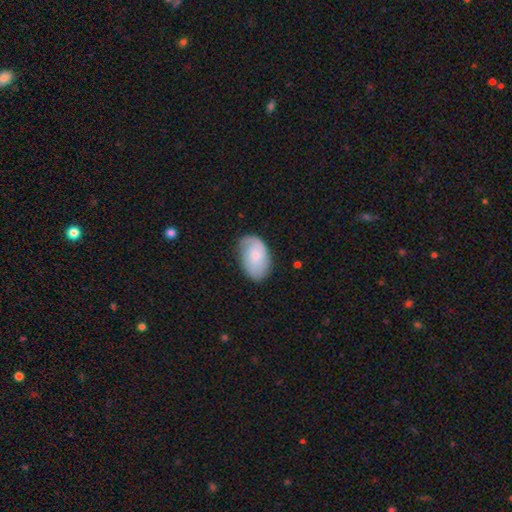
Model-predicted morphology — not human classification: This is possibly a smooth galaxy (58%). How rounded: clearly in between (89%). Merging: likely none (69%).